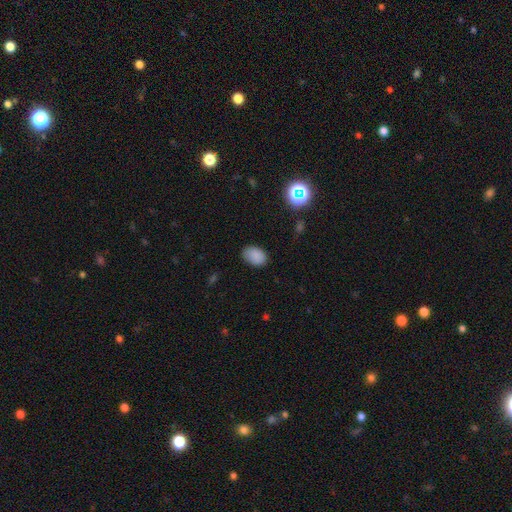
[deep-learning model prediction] Q: Smooth or featured?
A: smooth (86%); runner-up: star or artifact (10%)
Q: How rounded?
A: in between (85%); runner-up: round (14%)
Q: Merging?
A: none (80%); runner-up: minor disturbance (16%)